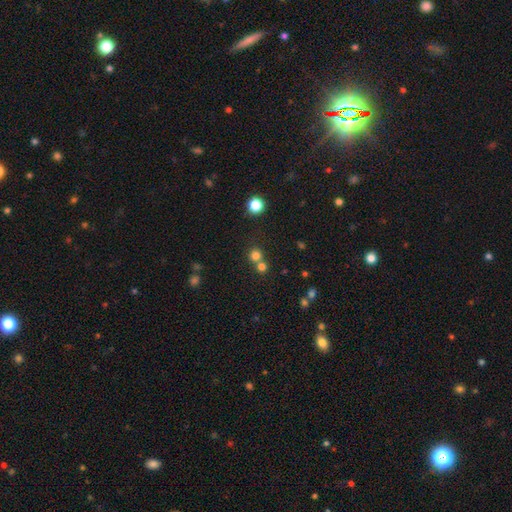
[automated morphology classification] Smooth or featured? smooth (75%)
How rounded? round (90%)
Merging? none (59%)